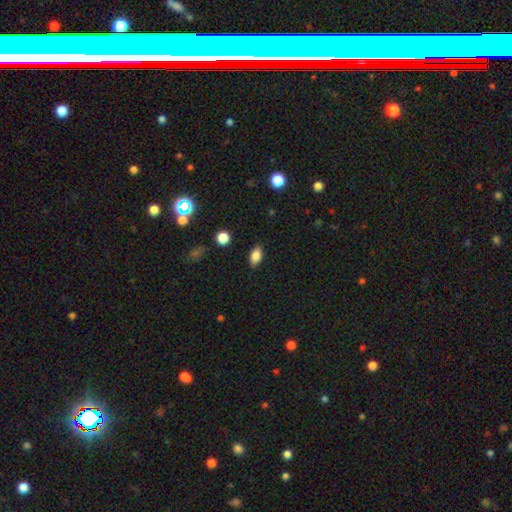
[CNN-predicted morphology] Q: Smooth or featured?
A: smooth (85%); runner-up: star or artifact (9%)
Q: How rounded?
A: in between (90%); runner-up: round (5%)
Q: Merging?
A: none (87%); runner-up: minor disturbance (10%)